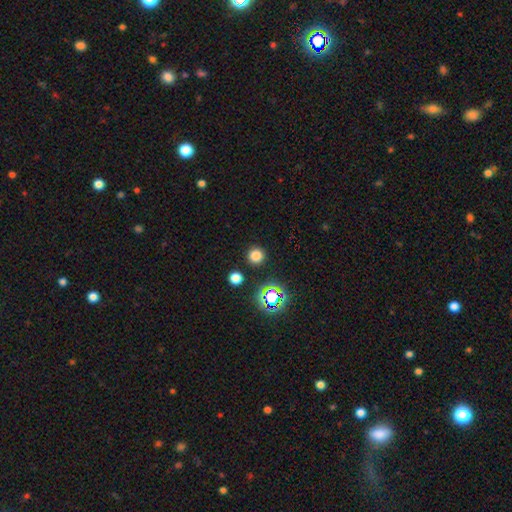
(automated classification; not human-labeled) A smooth galaxy with no disk features (75%) that is round (95%).

Vote fractions:
- Smooth or featured? smooth: 75% / star or artifact: 20% / featured or disk: 5%
- How rounded? round: 95% / in between: 4% / cigar-shaped: 1%
- Merging? none: 89% / minor disturbance: 6% / merger: 3% / major disturbance: 2%